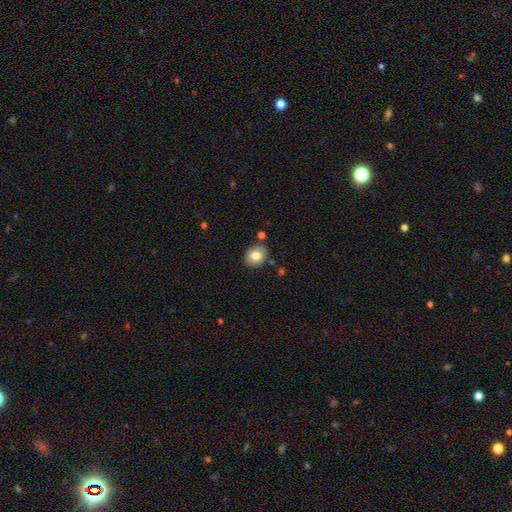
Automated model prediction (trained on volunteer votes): smooth_or_featured: smooth (p=0.77) [alt: featured or disk p=0.15]
how_rounded: round (p=0.61) [alt: in between p=0.39]
merging: none (p=0.82) [alt: minor disturbance p=0.11]